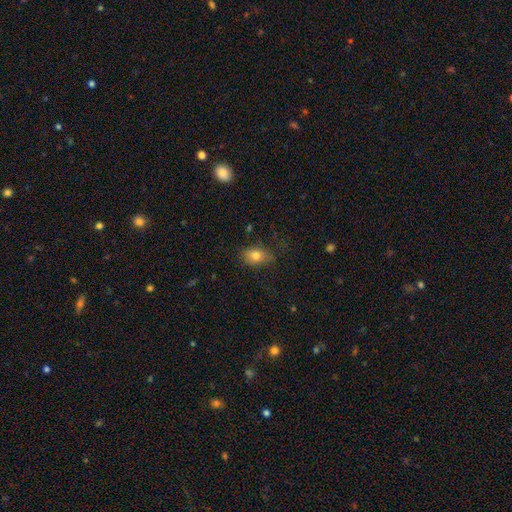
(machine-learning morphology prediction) This is likely a smooth galaxy (78%). How rounded: likely in between (75%). Merging: likely none (73%).